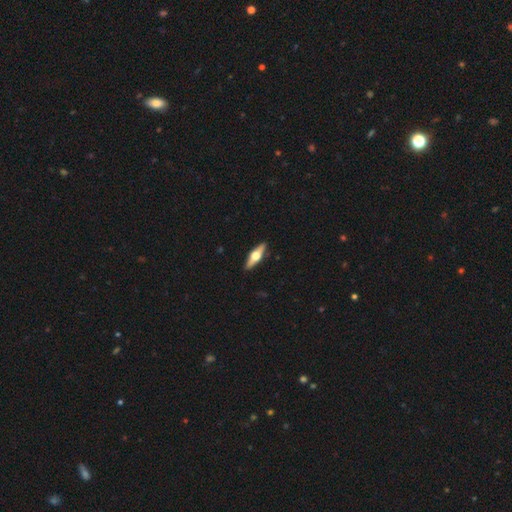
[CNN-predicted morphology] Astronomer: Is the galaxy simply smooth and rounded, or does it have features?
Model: featured or disk — 65%.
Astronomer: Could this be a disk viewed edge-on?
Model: yes — 95%.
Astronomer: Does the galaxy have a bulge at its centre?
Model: rounded — 96%.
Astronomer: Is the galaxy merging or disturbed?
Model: none — 90%.